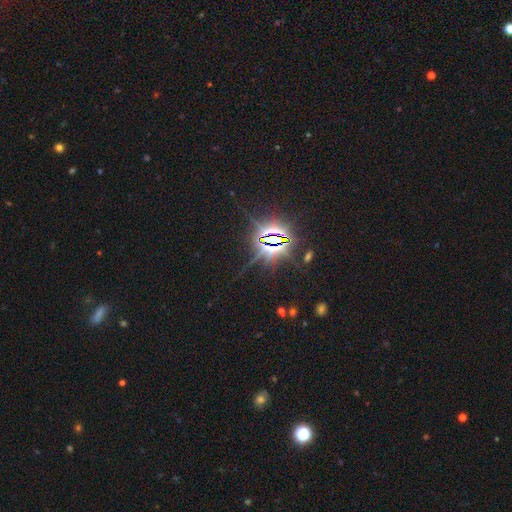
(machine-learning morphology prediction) Smooth or featured?
  - star or artifact: 85% *
  - featured or disk: 8%
  - smooth: 7%